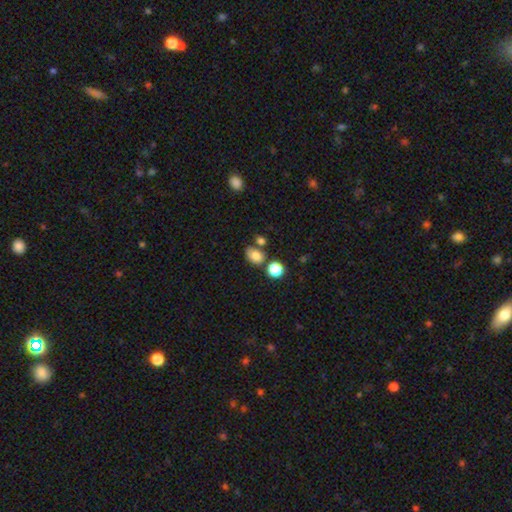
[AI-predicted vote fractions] A smooth galaxy with no disk features (79%) that is in between round and cigar-shaped (66%).

Vote fractions:
- Smooth or featured? smooth: 79% / star or artifact: 12% / featured or disk: 9%
- How rounded? in between: 66% / round: 33% / cigar-shaped: 1%
- Merging? none: 63% / merger: 17% / minor disturbance: 16% / major disturbance: 5%